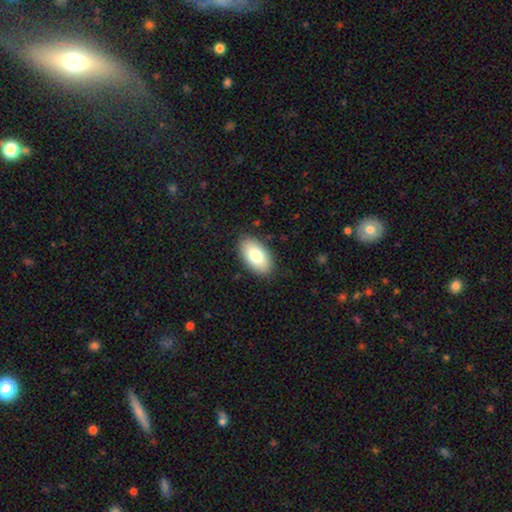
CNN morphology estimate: This is clearly a smooth galaxy (81%). How rounded: clearly in between (95%). Merging: clearly none (87%).